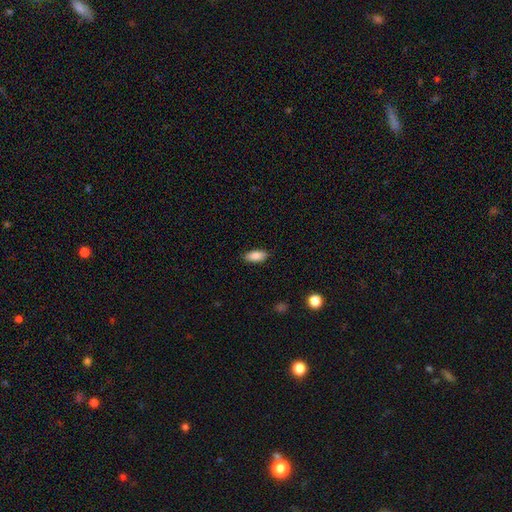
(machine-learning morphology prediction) smooth 83%, featured or disk 10%, star or artifact 7%. Down the decision tree: how rounded — in between (86%); merging — none (86%).